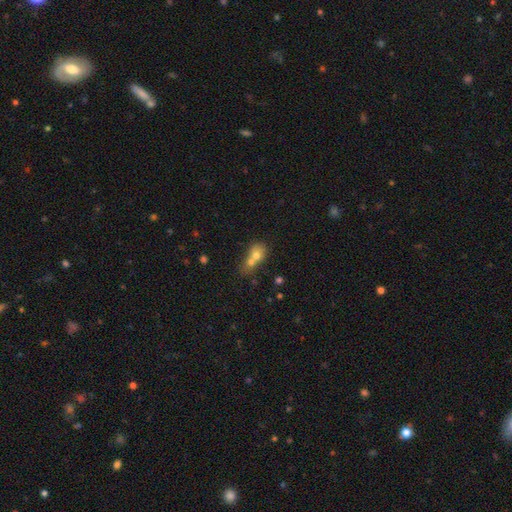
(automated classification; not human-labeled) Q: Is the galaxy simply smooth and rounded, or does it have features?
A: smooth — 69%.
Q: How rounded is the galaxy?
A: round — 56%.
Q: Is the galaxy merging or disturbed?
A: merger — 70%.